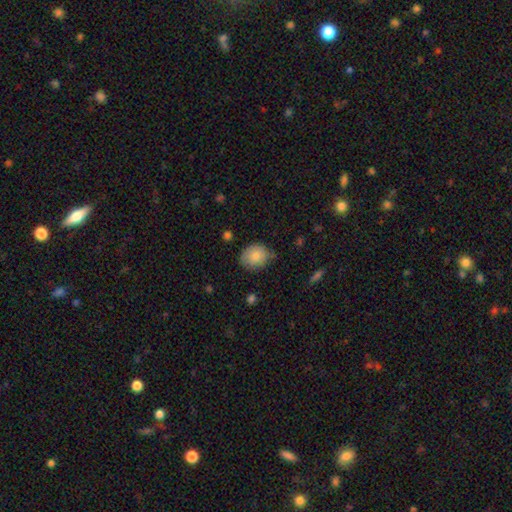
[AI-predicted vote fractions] Q: Smooth or featured?
A: smooth (84%); runner-up: featured or disk (9%)
Q: How rounded?
A: round (59%); runner-up: in between (40%)
Q: Merging?
A: none (73%); runner-up: minor disturbance (22%)